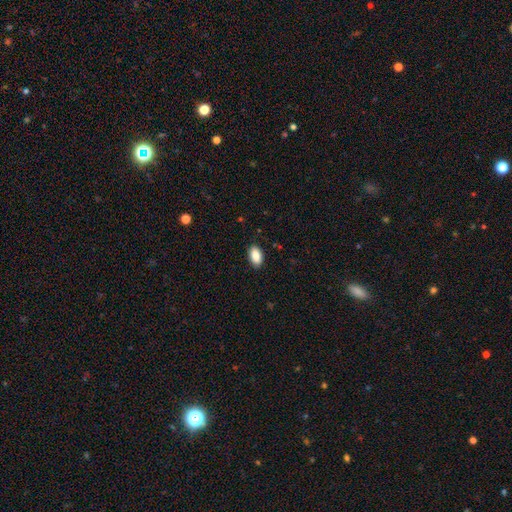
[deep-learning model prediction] Q: Smooth or featured?
A: smooth (88%); runner-up: star or artifact (7%)
Q: How rounded?
A: in between (93%); runner-up: round (4%)
Q: Merging?
A: none (88%); runner-up: minor disturbance (9%)